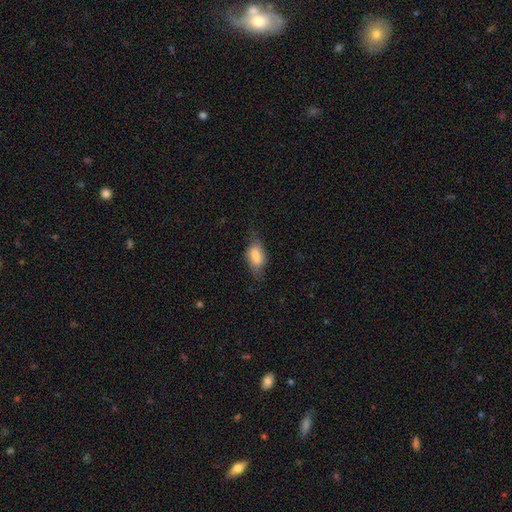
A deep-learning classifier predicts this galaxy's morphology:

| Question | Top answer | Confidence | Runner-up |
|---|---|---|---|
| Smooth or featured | smooth | 74% | featured or disk (18%) |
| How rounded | in between | 83% | cigar-shaped (12%) |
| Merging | none | 63% | minor disturbance (27%) |